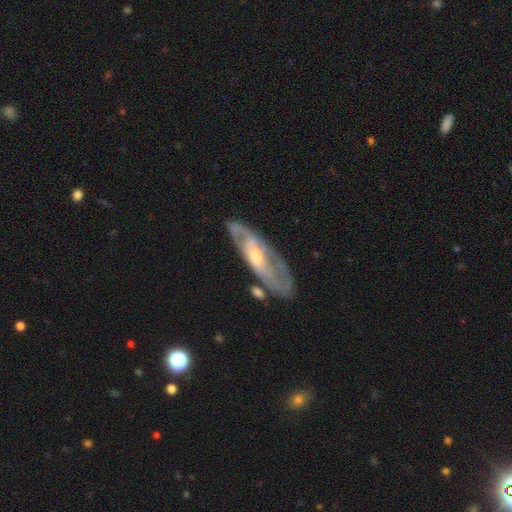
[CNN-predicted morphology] This is likely a featured or disk galaxy (77%). It is likely not viewed edge-on (77%). Bar: possibly no (53%). Spiral arm pattern: likely yes (76%). Central bulge: possibly moderate (53%). Merging: likely none (70%).